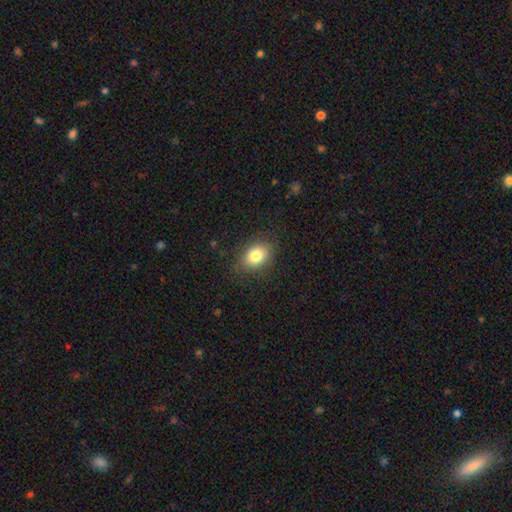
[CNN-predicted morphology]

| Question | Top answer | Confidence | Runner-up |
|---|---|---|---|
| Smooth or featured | smooth | 81% | featured or disk (10%) |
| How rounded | in between | 74% | round (24%) |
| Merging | none | 83% | minor disturbance (12%) |